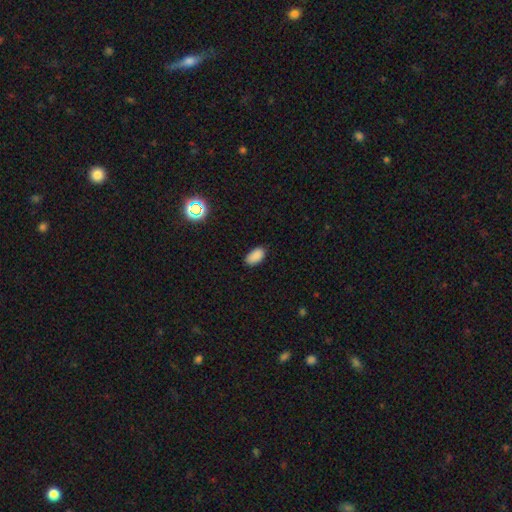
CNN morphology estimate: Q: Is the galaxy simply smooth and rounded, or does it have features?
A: smooth — 87%.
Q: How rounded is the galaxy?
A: in between — 94%.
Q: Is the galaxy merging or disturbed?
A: none — 85%.